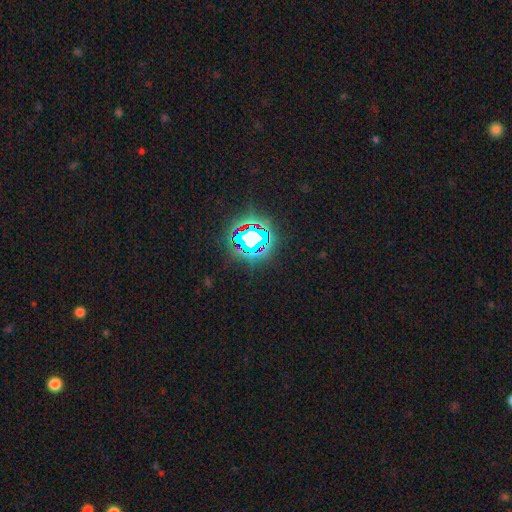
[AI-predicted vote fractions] smooth-or-featured: star or artifact: 84% | smooth: 10% | featured or disk: 6%